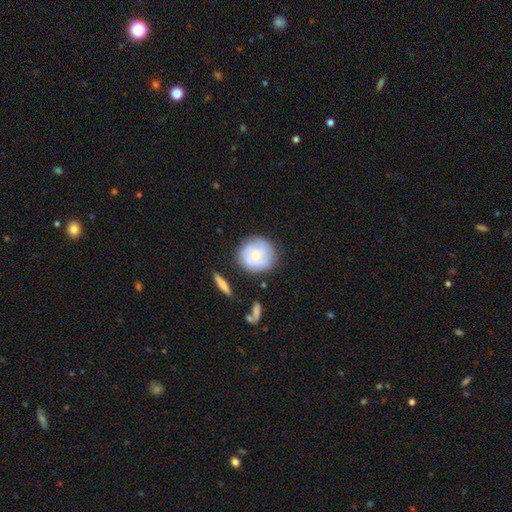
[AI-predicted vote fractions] Morphology: type=featured or disk (52%); edge-on=no (96%); bar=no (81%); spiral arms=yes (66%); bulge=moderate (61%); merging=none (78%).